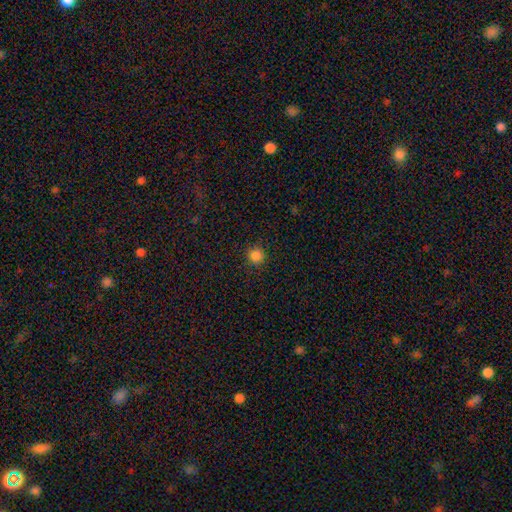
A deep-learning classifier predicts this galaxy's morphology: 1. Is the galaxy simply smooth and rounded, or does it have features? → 85% smooth, 12% star or artifact, 3% featured or disk.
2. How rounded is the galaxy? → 94% round, 5% in between, 1% cigar-shaped.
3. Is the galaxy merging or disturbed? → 91% none, 6% minor disturbance, 2% major disturbance, 1% merger.